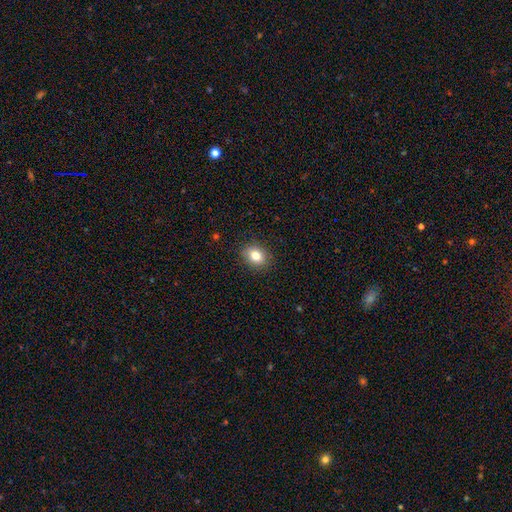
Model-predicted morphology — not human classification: Q: Smooth or featured?
A: smooth (80%); runner-up: star or artifact (10%)
Q: How rounded?
A: round (50%); runner-up: in between (49%)
Q: Merging?
A: none (88%); runner-up: minor disturbance (9%)